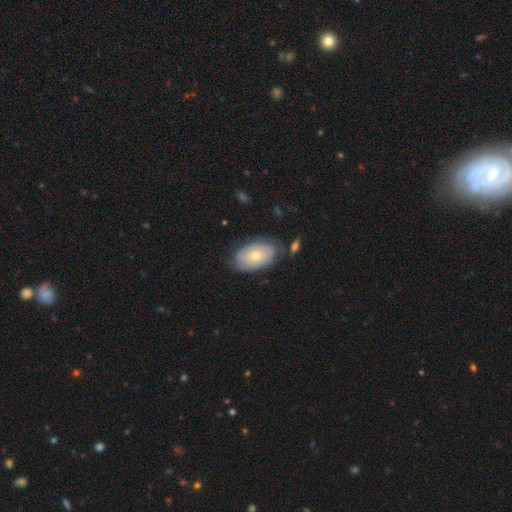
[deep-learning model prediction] Smooth or featured? Predicted: featured or disk (p=0.47, tied with smooth). Merging? Predicted: none (p=0.71).